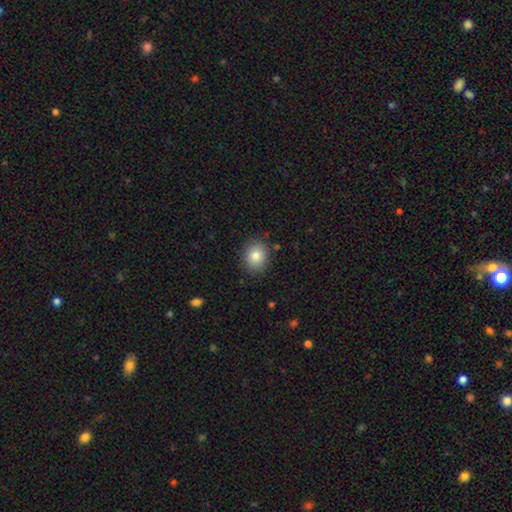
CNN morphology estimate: This appears to be a smooth galaxy with no disk features (83%) that is round (67%). Merging: none (87%).